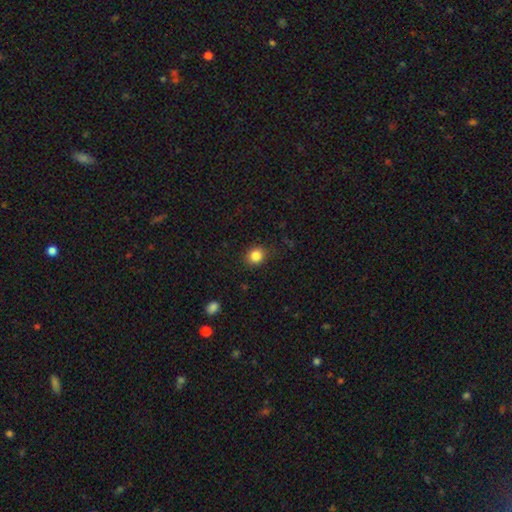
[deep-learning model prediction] smooth_or_featured: smooth (p=0.85) [alt: star or artifact p=0.11]
how_rounded: round (p=0.77) [alt: in between p=0.22]
merging: none (p=0.87) [alt: minor disturbance p=0.10]